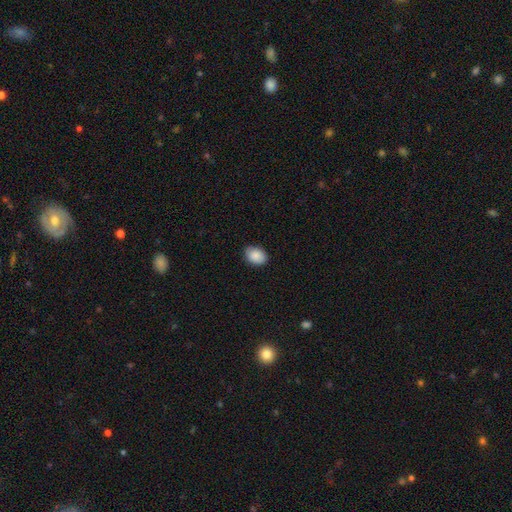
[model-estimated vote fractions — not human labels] smooth 89%, star or artifact 7%, featured or disk 4%. Down the decision tree: how rounded — in between (73%); merging — none (88%).